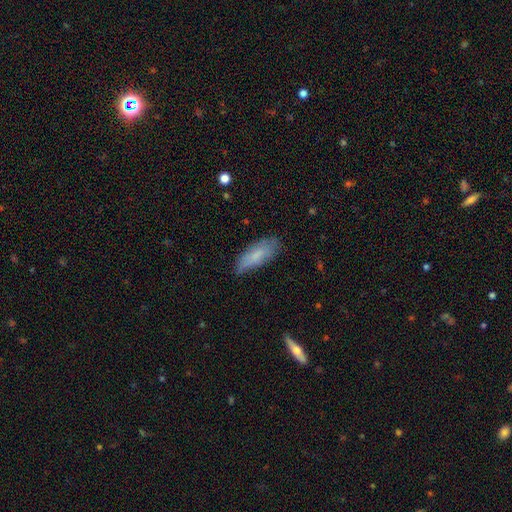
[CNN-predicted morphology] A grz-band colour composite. It shows a smooth galaxy with no disk features (73%) that is in between round and cigar-shaped (66%). Merging: none (63%).